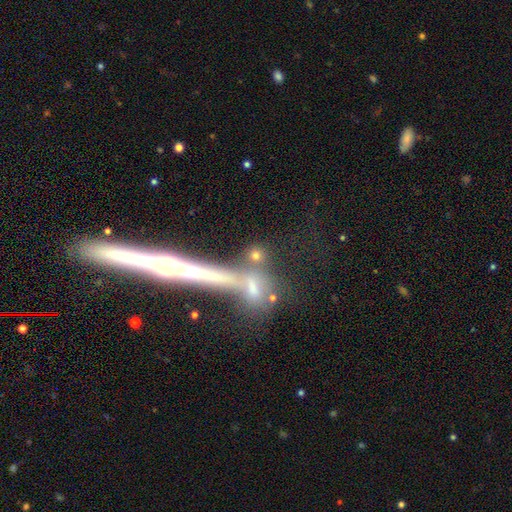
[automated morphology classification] The model was most divided on "how rounded": round: 64%, in between: 19%, cigar-shaped: 18%. More confident: merging — none (68%); smooth or featured — smooth (67%).